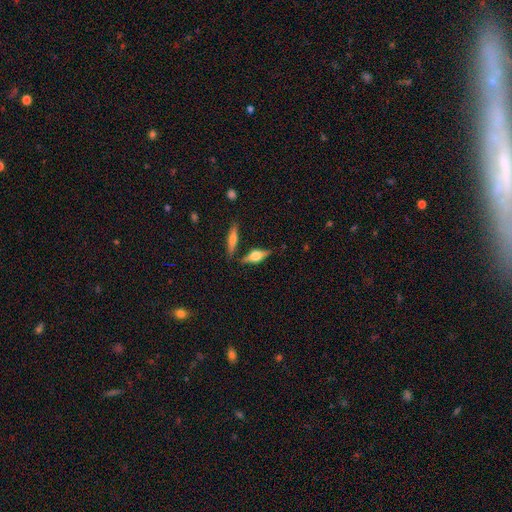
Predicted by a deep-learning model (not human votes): Morphology: type=featured or disk (61%); edge-on=yes (95%); edge-on bulge=rounded (90%); merging=none (76%).